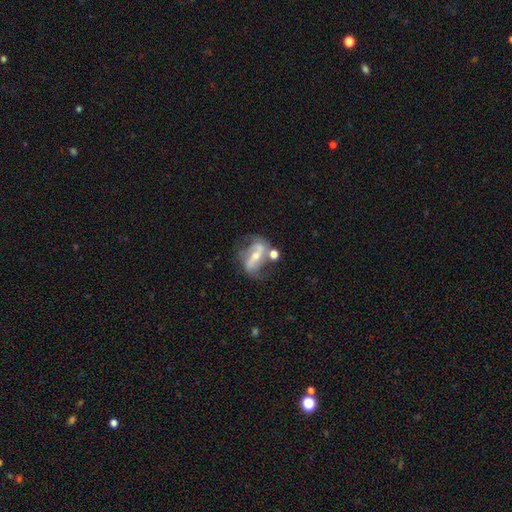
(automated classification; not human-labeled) featured or disk 77%, smooth 16%, star or artifact 7%. Down the decision tree: edge-on disk — no (93%); bar — strong (55%); spiral arms — yes (86%); spiral arm count — 2 (86%); spiral winding — loose (55%); bulge size — small (47%, tied with moderate); merging — none (47%).